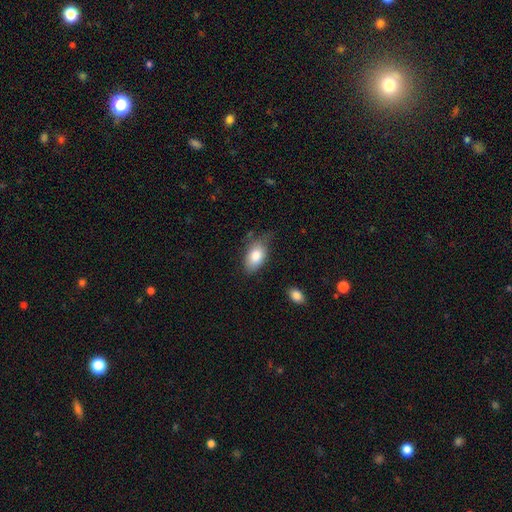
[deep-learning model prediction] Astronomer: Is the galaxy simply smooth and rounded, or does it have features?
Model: smooth — 82%.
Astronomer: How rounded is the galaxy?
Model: in between — 91%.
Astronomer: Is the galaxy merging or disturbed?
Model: none — 58%.